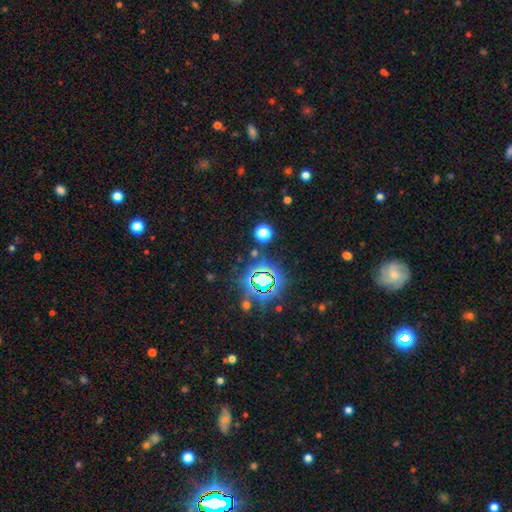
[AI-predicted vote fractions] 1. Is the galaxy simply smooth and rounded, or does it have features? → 77% star or artifact, 16% smooth, 7% featured or disk.